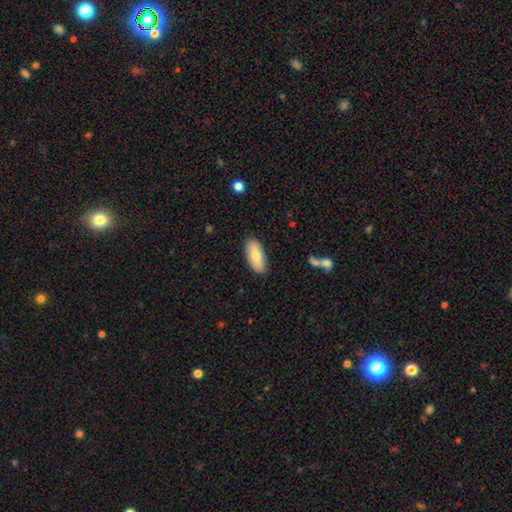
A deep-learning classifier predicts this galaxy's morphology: This is likely a smooth galaxy (72%). How rounded: clearly in between (82%). Merging: clearly none (84%).